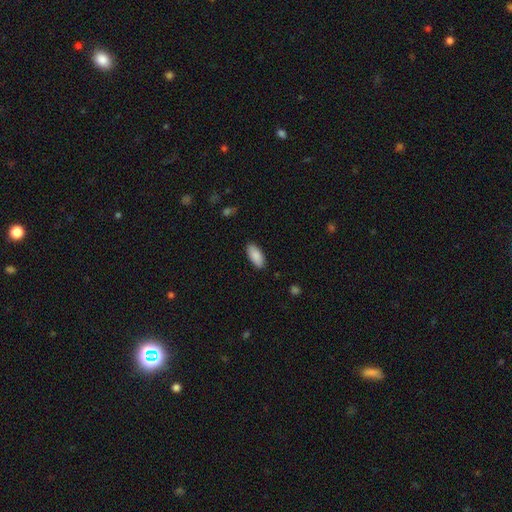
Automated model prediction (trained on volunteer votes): Smooth or featured? smooth (90%)
How rounded? in between (88%)
Merging? none (88%)